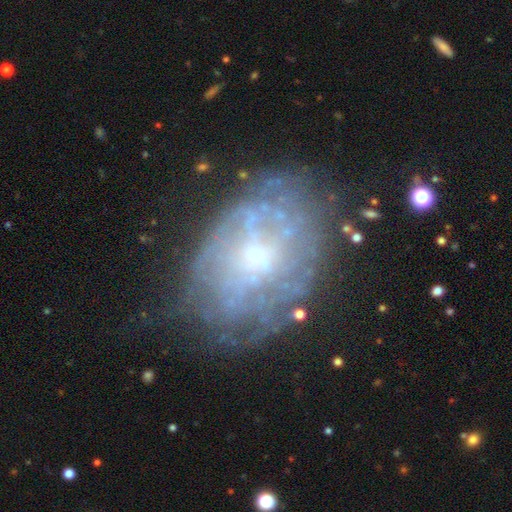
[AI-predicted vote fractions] Smooth or featured?
  - featured or disk: 66% *
  - smooth: 23%
  - star or artifact: 11%
Edge-on disk?
  - no: 96% *
  - yes: 4%
Bar?
  - no: 77% *
  - weak: 19%
  - strong: 4%
Spiral arms?
  - no: 56% *
  - yes: 44%
Bulge size?
  - small: 65% *
  - moderate: 26%
  - none: 5%
  - large: 2%
  - dominant: 1%
Merging?
  - none: 61% *
  - minor disturbance: 22%
  - major disturbance: 15%
  - merger: 3%